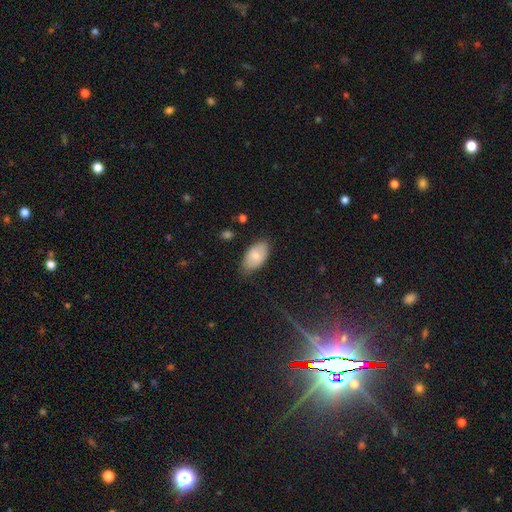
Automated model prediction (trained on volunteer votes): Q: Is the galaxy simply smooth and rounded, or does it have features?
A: smooth — 73%.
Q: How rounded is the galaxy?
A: in between — 93%.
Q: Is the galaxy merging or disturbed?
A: none — 73%.